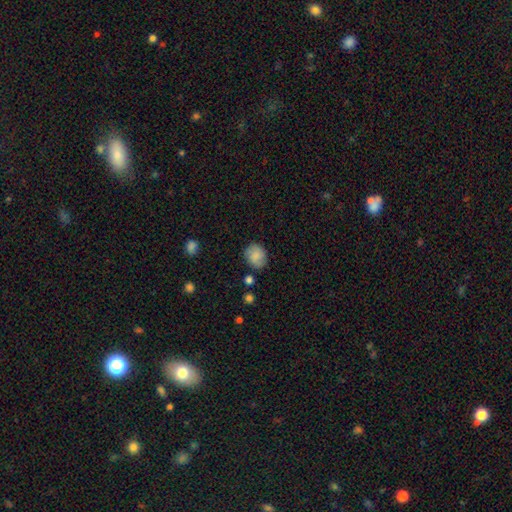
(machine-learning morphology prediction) This is likely a smooth galaxy (79%). How rounded: likely round (64%). Merging: likely none (78%).